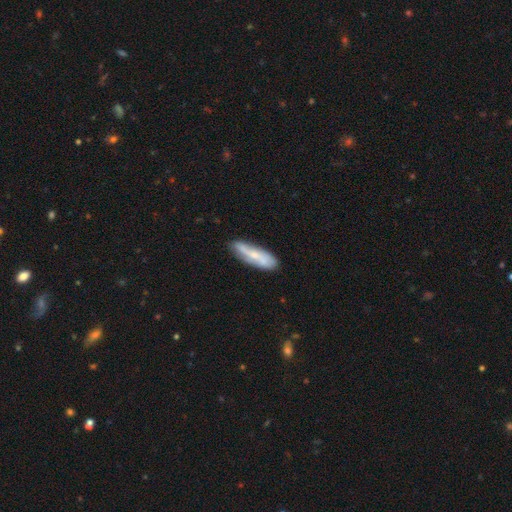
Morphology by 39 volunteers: Q: Smooth or featured?
A: featured or disk (54%); runner-up: smooth (41%)
Q: Edge-on disk?
A: no (76%); runner-up: yes (24%)
Q: Bar?
A: weak (62%); runner-up: strong (19%)
Q: Spiral arms?
A: yes (81%); runner-up: no (19%)
Q: Spiral winding?
A: loose (54%); runner-up: medium (31%)
Q: Spiral arm count?
A: 2 (54%); runner-up: can't tell (46%)
Q: Bulge size?
A: small (56%); runner-up: moderate (25%)
Q: Merging?
A: none (92%); runner-up: minor disturbance (5%)